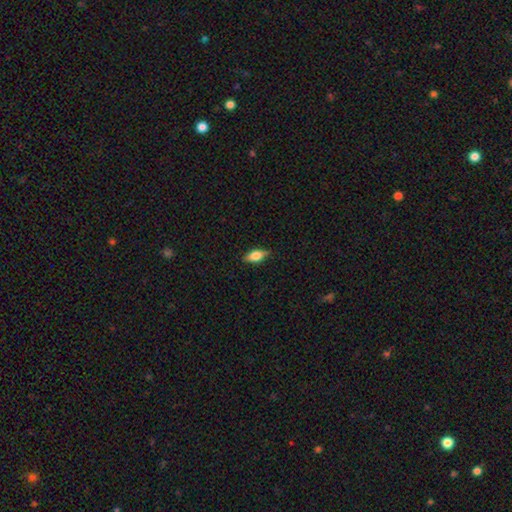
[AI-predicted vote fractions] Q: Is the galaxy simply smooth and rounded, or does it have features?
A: smooth — 60%.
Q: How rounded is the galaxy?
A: in between — 76%.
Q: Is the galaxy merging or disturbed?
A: none — 85%.